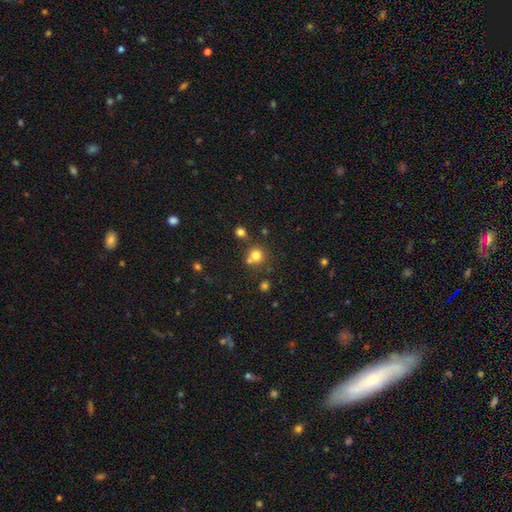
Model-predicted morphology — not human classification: Smooth or featured? smooth (76%)
How rounded? round (88%)
Merging? none (61%)